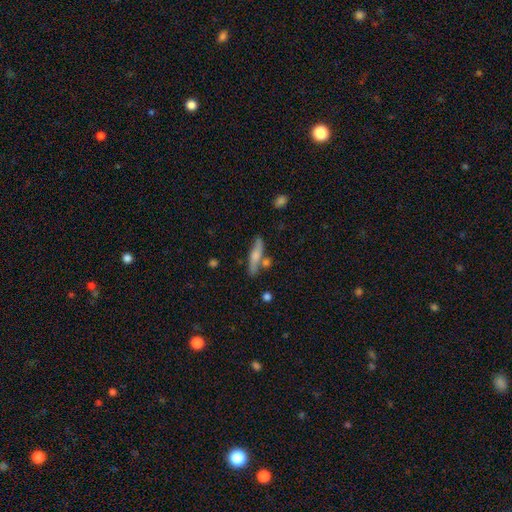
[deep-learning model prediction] Morphology: type=smooth (61%); roundness=cigar-shaped (78%); merging=none (68%).